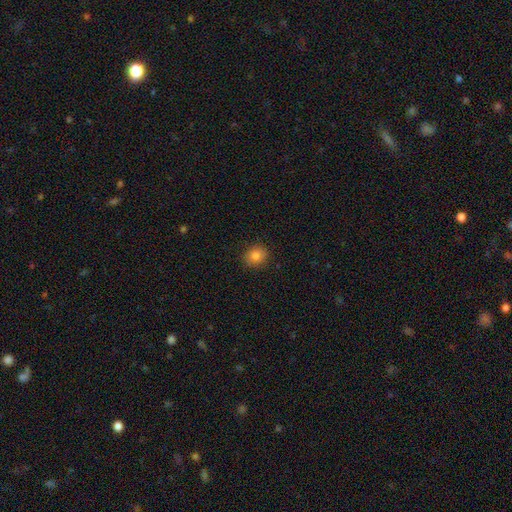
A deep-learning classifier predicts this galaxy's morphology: smooth_or_featured: smooth (p=0.83) [alt: star or artifact p=0.11]
how_rounded: round (p=0.68) [alt: in between p=0.31]
merging: none (p=0.89) [alt: minor disturbance p=0.08]